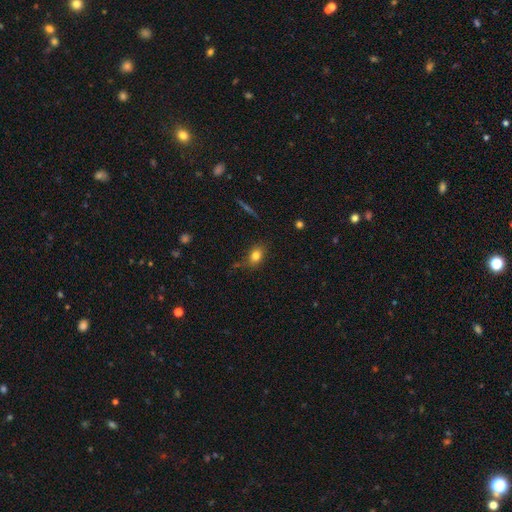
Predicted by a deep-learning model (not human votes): Smooth or featured?
  - smooth: 79% *
  - star or artifact: 11%
  - featured or disk: 10%
How rounded?
  - in between: 67% *
  - round: 30%
  - cigar-shaped: 3%
Merging?
  - none: 71% *
  - minor disturbance: 20%
  - major disturbance: 6%
  - merger: 3%